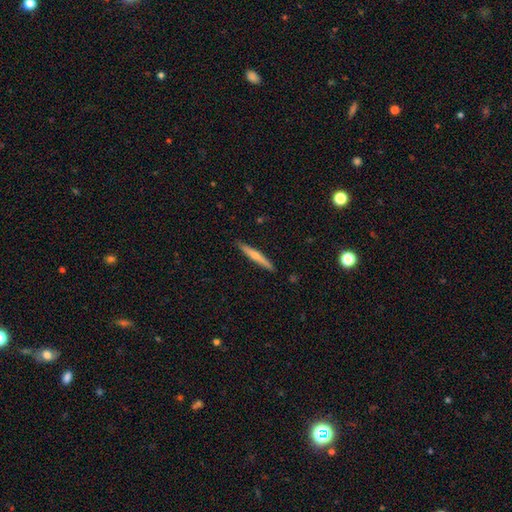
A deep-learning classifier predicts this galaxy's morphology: Overall: featured or disk (50%; smooth 44%). Edge-on disk: yes (96%). Merging: none (90%).